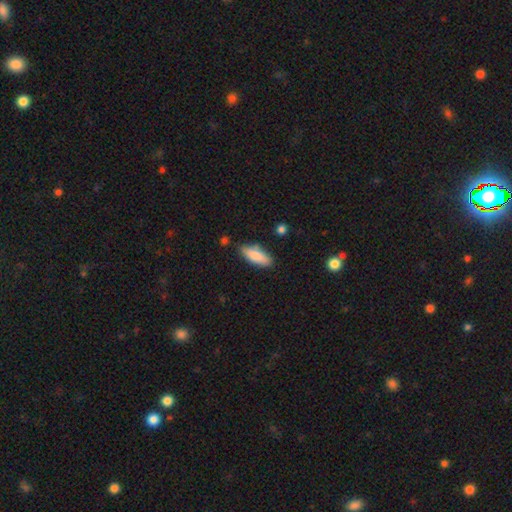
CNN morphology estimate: smooth 82%, featured or disk 12%, star or artifact 6%. Down the decision tree: how rounded — in between (64%); merging — none (79%).